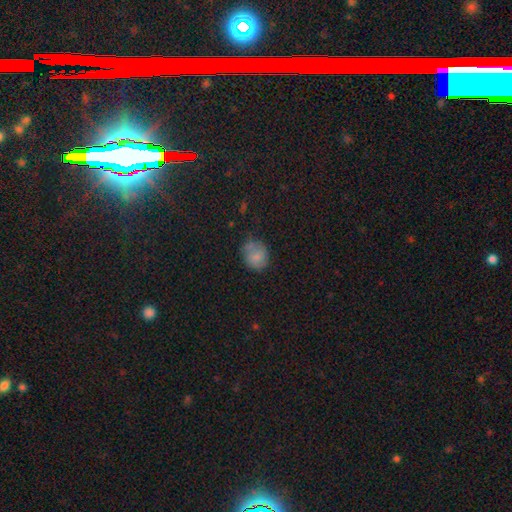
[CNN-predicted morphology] This is likely a smooth galaxy (74%). How rounded: likely round (63%). Merging: possibly none (54%).